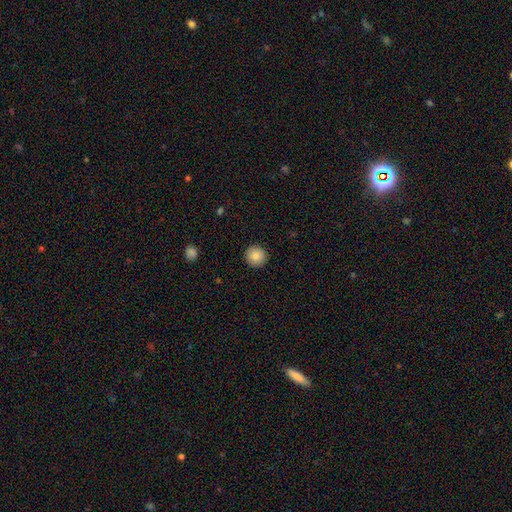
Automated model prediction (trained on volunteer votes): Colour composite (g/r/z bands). It shows a smooth galaxy with no disk features (87%) that is round (94%). Merging: none (92%).